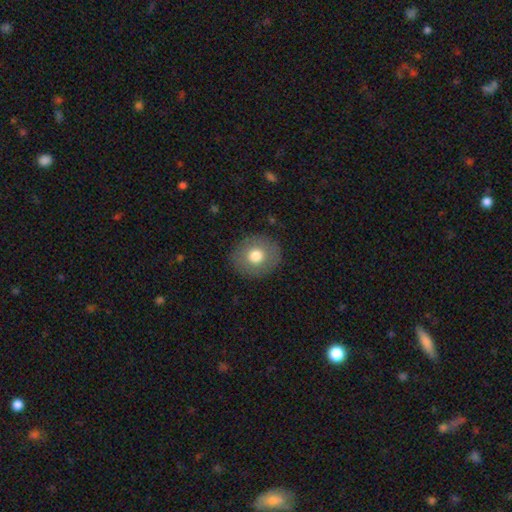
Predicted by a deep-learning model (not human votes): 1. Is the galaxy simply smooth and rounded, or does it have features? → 73% smooth, 18% featured or disk, 9% star or artifact.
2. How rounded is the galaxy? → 83% round, 16% in between, 1% cigar-shaped.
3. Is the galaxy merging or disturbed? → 88% none, 8% minor disturbance, 3% major disturbance, 1% merger.